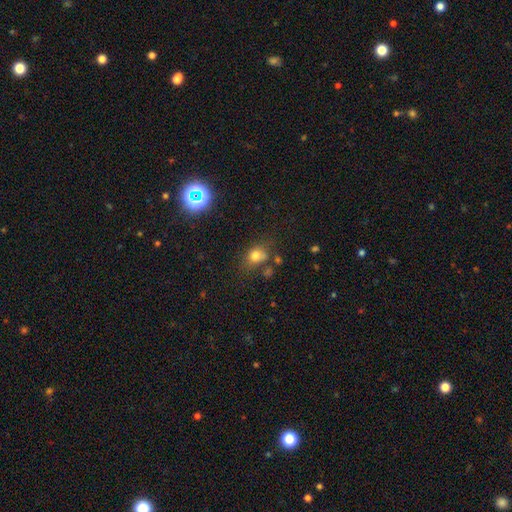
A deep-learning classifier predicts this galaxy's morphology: smooth-or-featured: smooth: 74% | star or artifact: 16% | featured or disk: 10%
  how-rounded: in between: 50% | round: 49% | cigar-shaped: 2%
  merging: none: 59% | minor disturbance: 21% | merger: 10% | major disturbance: 9%